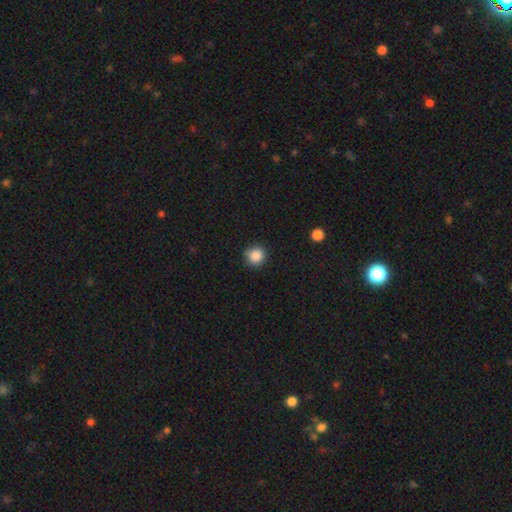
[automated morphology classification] smooth-or-featured: smooth: 87% | star or artifact: 10% | featured or disk: 3%
  how-rounded: round: 90% | in between: 9% | cigar-shaped: 1%
  merging: none: 83% | minor disturbance: 13% | major disturbance: 2% | merger: 2%